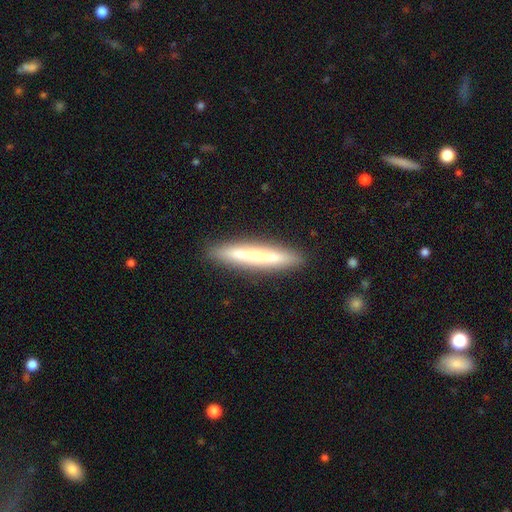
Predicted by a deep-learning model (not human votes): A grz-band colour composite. It shows a smooth galaxy with no disk features (60%) that is cigar-shaped (95%). Merging: none (89%).